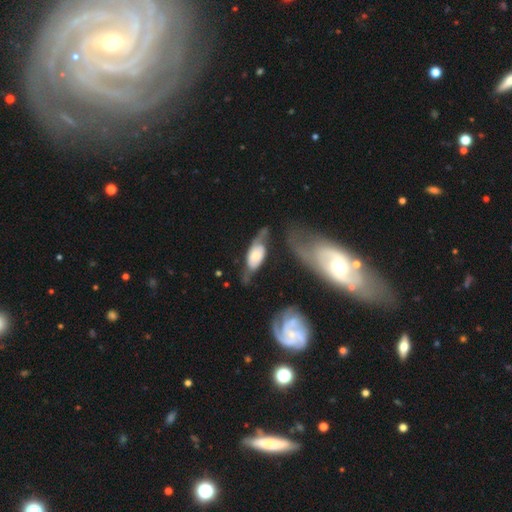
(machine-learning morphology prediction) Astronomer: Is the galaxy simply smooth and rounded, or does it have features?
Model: featured or disk — 56% (runner-up: smooth, 38%).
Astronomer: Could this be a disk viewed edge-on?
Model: no — 75%.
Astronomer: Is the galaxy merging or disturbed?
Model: none — 38% (runner-up: major disturbance, 26%).